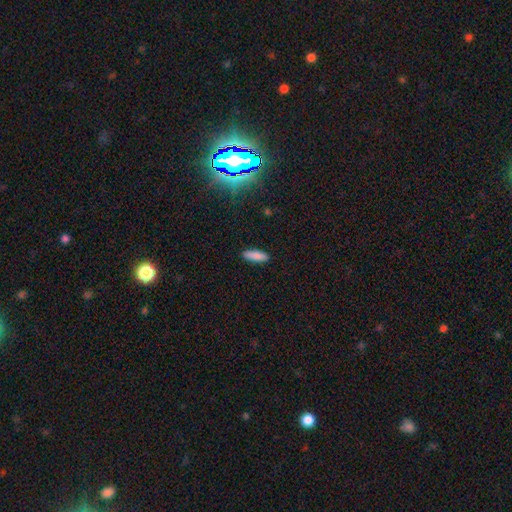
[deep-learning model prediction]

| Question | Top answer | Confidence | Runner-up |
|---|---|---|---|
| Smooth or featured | smooth | 87% | star or artifact (7%) |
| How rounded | in between | 51% | cigar-shaped (48%) |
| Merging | none | 89% | minor disturbance (8%) |